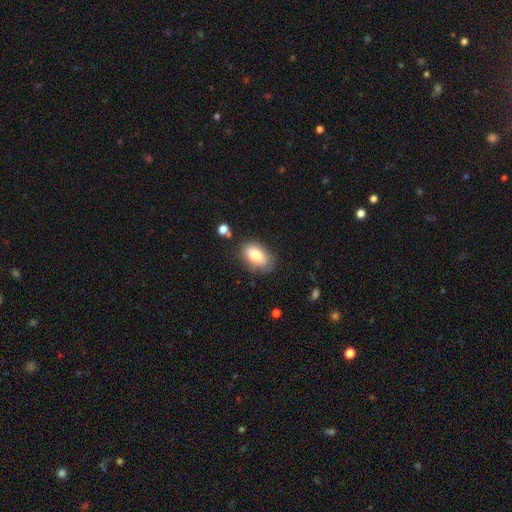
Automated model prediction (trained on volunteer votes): Smooth or featured? smooth (81%)
How rounded? in between (90%)
Merging? none (78%)